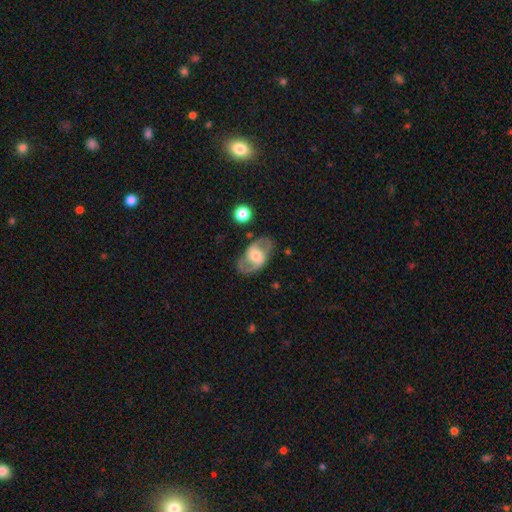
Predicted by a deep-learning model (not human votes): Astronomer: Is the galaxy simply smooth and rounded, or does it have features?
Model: featured or disk — 63%.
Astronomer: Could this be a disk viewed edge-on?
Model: no — 92%.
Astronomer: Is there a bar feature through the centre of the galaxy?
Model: no — 52% (runner-up: weak, 34%).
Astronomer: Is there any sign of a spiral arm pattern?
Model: yes — 64%.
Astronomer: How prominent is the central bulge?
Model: moderate — 58%.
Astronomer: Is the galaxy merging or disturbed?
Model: none — 74%.